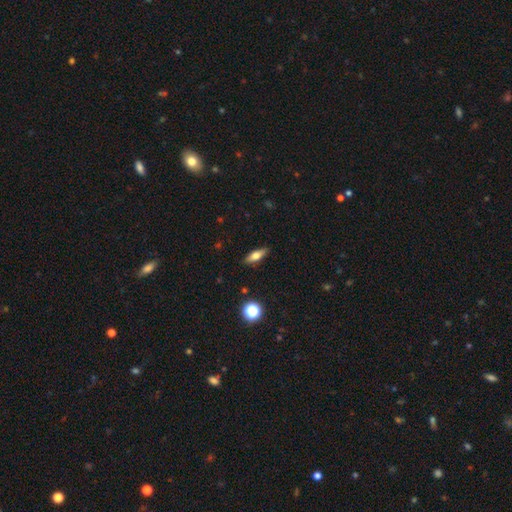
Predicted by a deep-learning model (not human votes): Smooth or featured: smooth — 59% (featured or disk — 33%)
How rounded: in between — 53% (cigar-shaped — 42%)
Merging: none — 89% (minor disturbance — 8%)